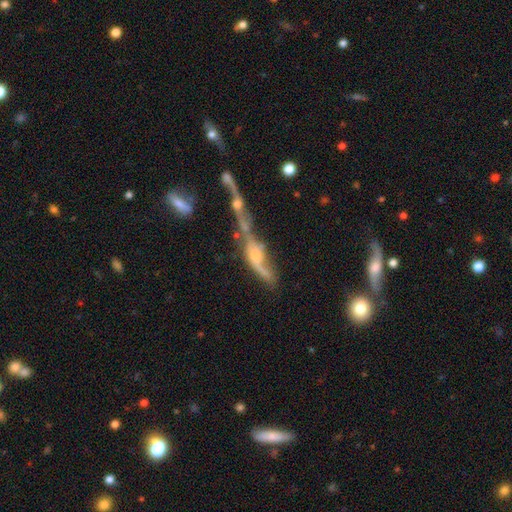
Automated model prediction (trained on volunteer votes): A featured or disk galaxy (64%). Merging: merger (61%).